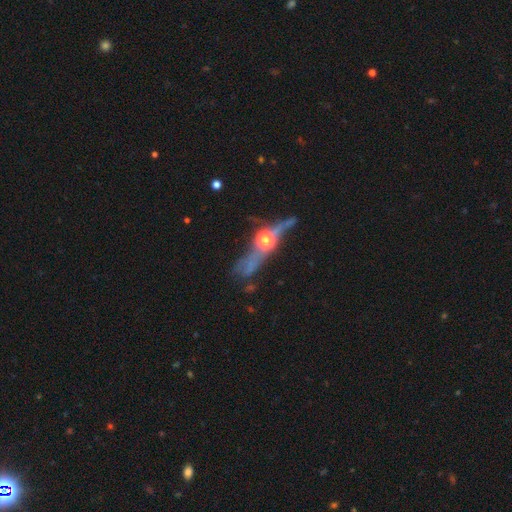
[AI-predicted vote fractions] Smooth or featured: featured or disk — 74% (smooth — 13%)
Edge-on disk: yes — 80% (no — 20%)
Edge-on bulge: rounded — 94% (boxy — 3%)
Merging: none — 56% (major disturbance — 19%)